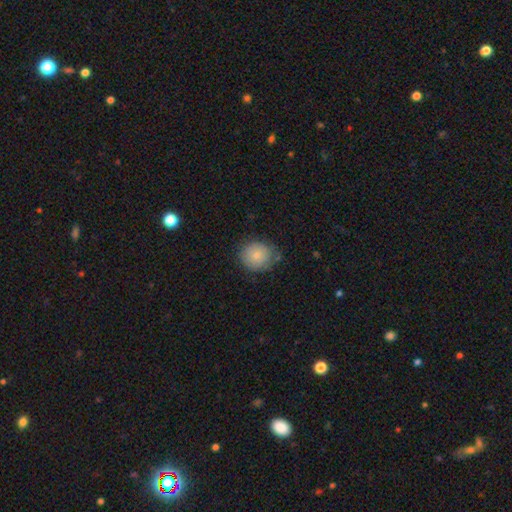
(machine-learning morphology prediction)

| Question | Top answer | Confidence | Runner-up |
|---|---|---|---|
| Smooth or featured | smooth | 80% | featured or disk (12%) |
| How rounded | round | 82% | in between (17%) |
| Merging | none | 71% | minor disturbance (22%) |